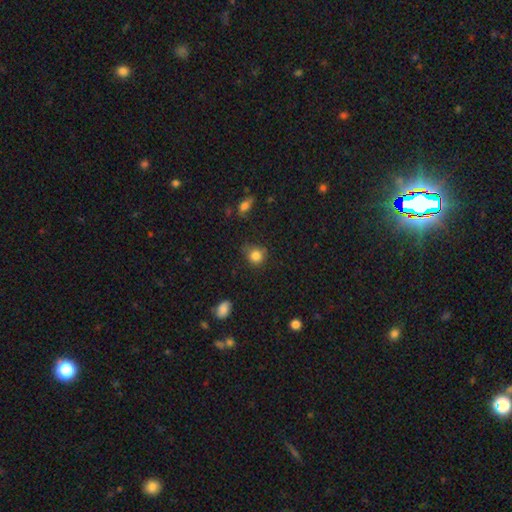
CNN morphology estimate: smooth_or_featured: smooth (p=0.84) [alt: star or artifact p=0.11]
how_rounded: round (p=0.82) [alt: in between p=0.17]
merging: none (p=0.69) [alt: minor disturbance p=0.22]